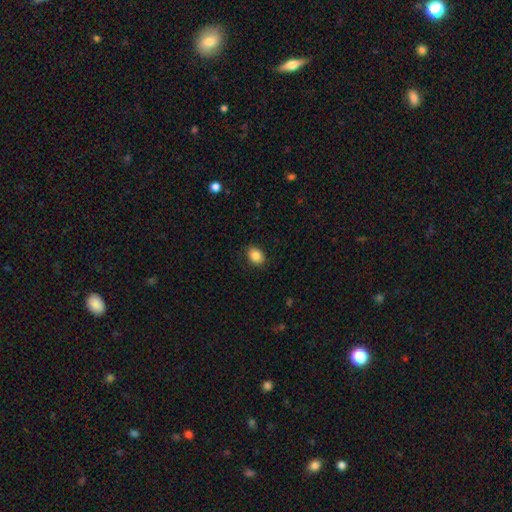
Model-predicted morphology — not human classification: Smooth or featured? smooth (86%)
How rounded? in between (62%)
Merging? none (87%)